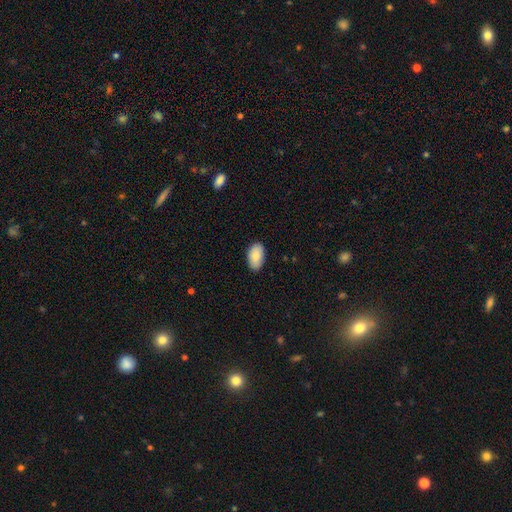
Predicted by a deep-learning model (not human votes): A smooth galaxy with no disk features (84%) that is in between round and cigar-shaped (94%). Merging: none (87%).